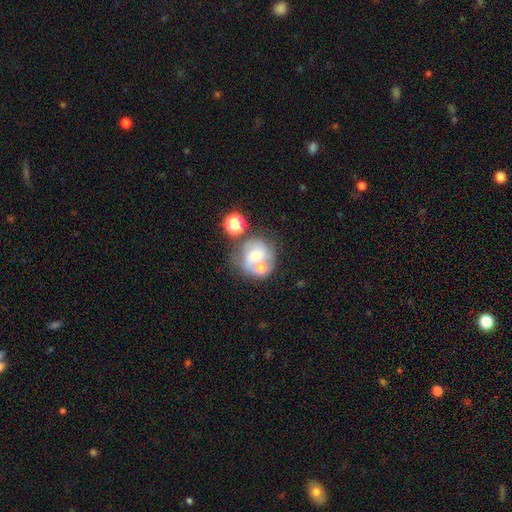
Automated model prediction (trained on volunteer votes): A featured or disk galaxy (48%).

Vote fractions:
- Smooth or featured? featured or disk: 48% / smooth: 43% / star or artifact: 10%
- Merging? merger: 45% / none: 33% / minor disturbance: 13% / major disturbance: 9%